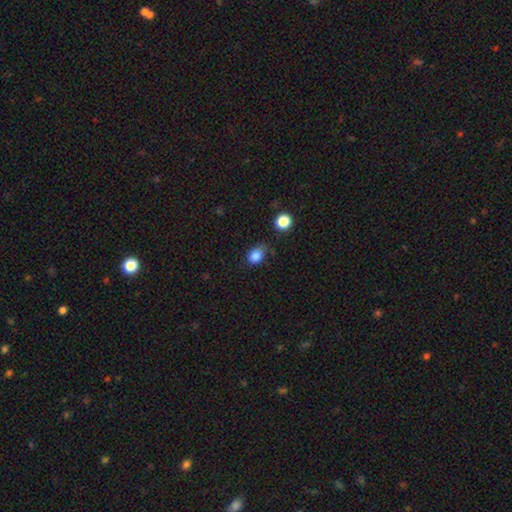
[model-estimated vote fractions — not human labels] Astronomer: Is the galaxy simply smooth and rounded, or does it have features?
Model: smooth — 84%.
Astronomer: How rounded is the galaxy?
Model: in between — 55% (runner-up: round, 44%).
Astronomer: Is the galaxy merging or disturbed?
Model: none — 57%.